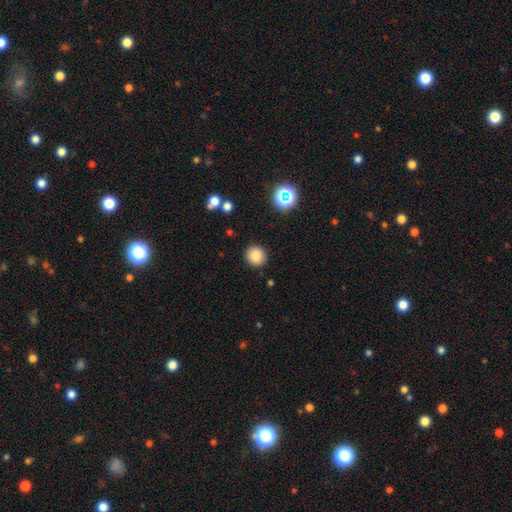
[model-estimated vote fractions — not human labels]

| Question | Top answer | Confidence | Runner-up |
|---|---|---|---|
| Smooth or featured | smooth | 84% | star or artifact (11%) |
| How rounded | round | 90% | in between (9%) |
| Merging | none | 90% | minor disturbance (6%) |